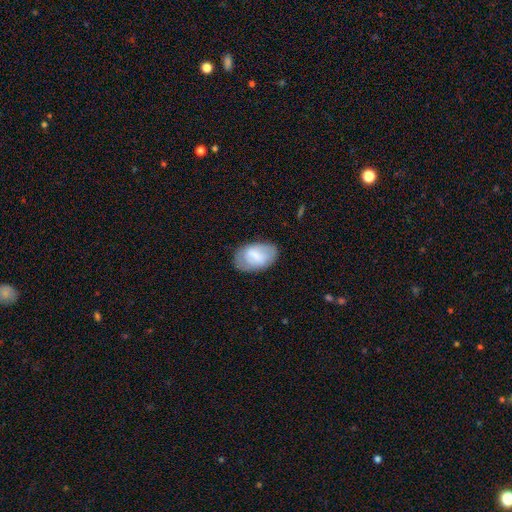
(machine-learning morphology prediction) smooth_or_featured: smooth (p=0.60) [alt: featured or disk p=0.33]
how_rounded: in between (p=0.90) [alt: round p=0.08]
merging: none (p=0.74) [alt: minor disturbance p=0.19]